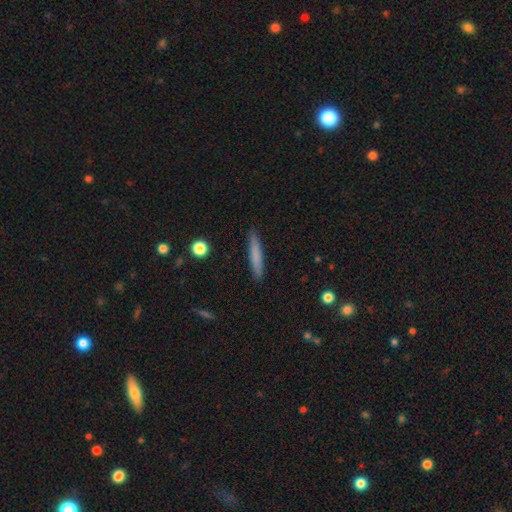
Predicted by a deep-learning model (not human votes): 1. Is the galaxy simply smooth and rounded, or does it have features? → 74% smooth, 20% featured or disk, 6% star or artifact.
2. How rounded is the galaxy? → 94% cigar-shaped, 5% in between, 1% round.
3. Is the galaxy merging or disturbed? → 90% none, 7% minor disturbance, 2% major disturbance, 1% merger.